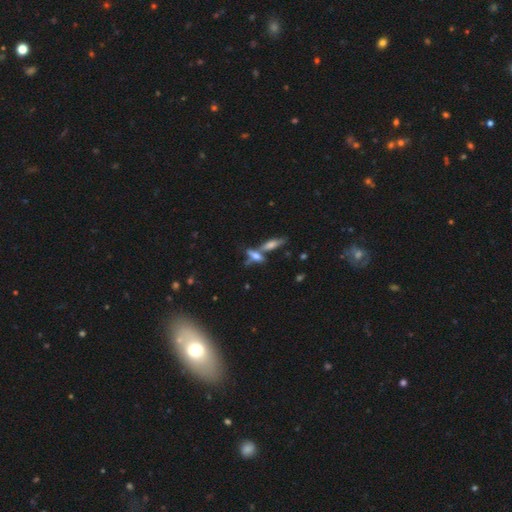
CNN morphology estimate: Smooth or featured?
  - featured or disk: 43% * (tied)
  - smooth: 43% * (tied)
  - star or artifact: 14%
Merging?
  - none: 46% *
  - merger: 38%
  - minor disturbance: 11%
  - major disturbance: 5%